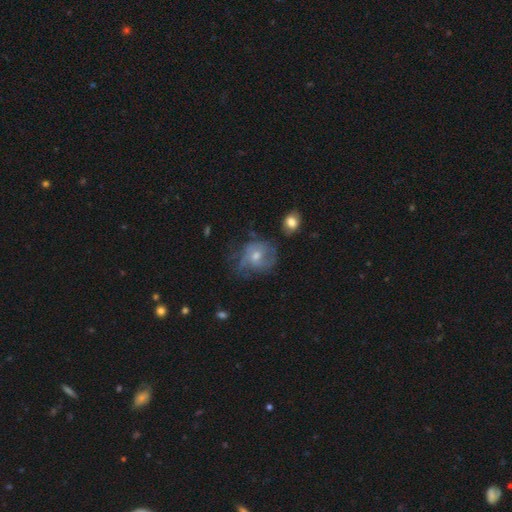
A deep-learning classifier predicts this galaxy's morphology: A featured or disk galaxy (55%) with no bar (71%), spiral arms (67%) and a moderate central bulge (54%). Merging: none (43%).